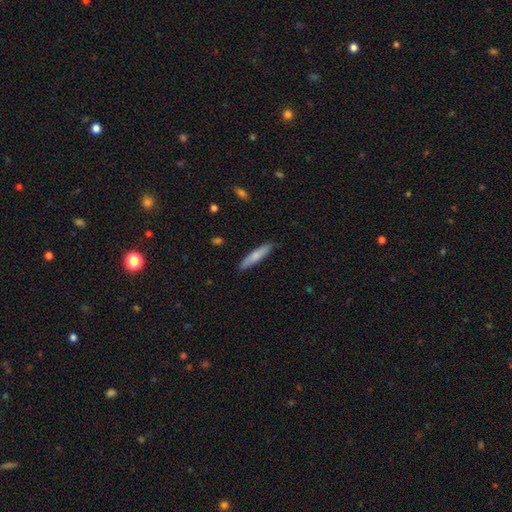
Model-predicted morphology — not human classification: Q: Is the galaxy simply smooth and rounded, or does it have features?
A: smooth — 73%.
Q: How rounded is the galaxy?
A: cigar-shaped — 86%.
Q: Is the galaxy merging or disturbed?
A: none — 87%.